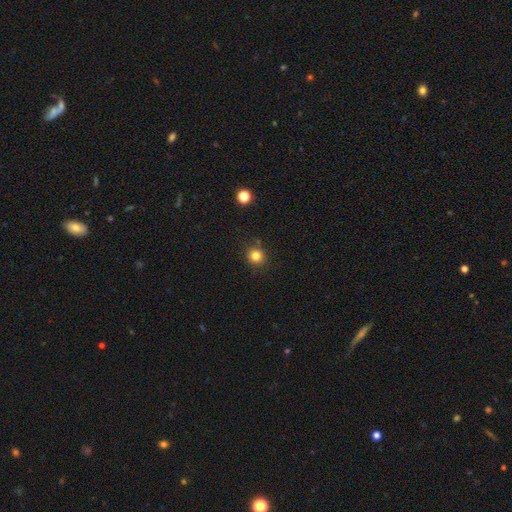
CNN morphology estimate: This is clearly a smooth galaxy (83%). How rounded: clearly round (91%). Merging: clearly none (86%).